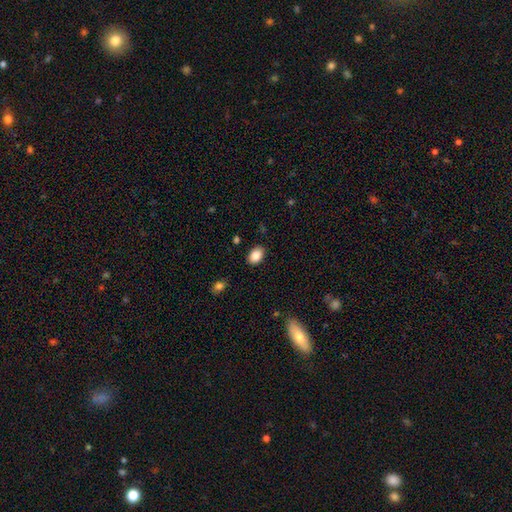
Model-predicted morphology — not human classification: Smooth or featured? Predicted: smooth (p=0.88). How rounded? Predicted: in between (p=0.82). Merging? Predicted: none (p=0.87).